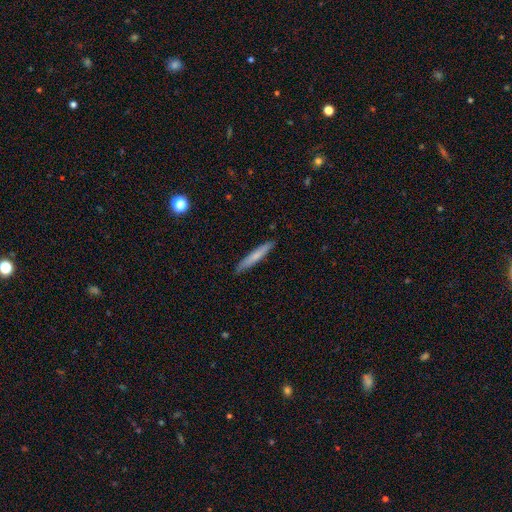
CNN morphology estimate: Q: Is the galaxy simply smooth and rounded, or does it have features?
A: smooth — 71%.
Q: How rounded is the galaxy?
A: cigar-shaped — 95%.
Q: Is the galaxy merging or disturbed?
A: none — 90%.